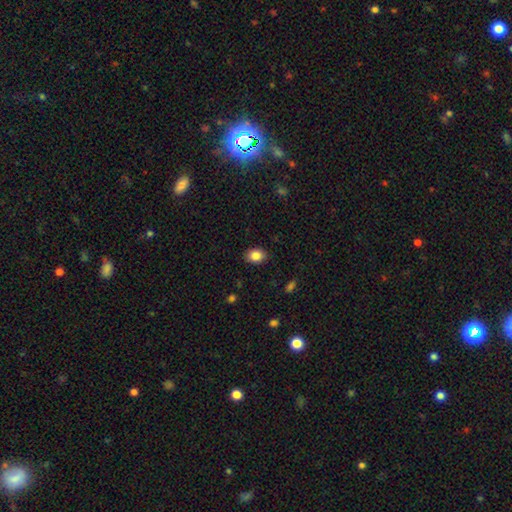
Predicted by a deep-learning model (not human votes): A smooth galaxy with no disk features (85%) that is in between round and cigar-shaped (61%).

Vote fractions:
- Smooth or featured? smooth: 85% / star or artifact: 9% / featured or disk: 6%
- How rounded? in between: 61% / round: 38% / cigar-shaped: 1%
- Merging? none: 88% / minor disturbance: 8% / major disturbance: 2% / merger: 1%